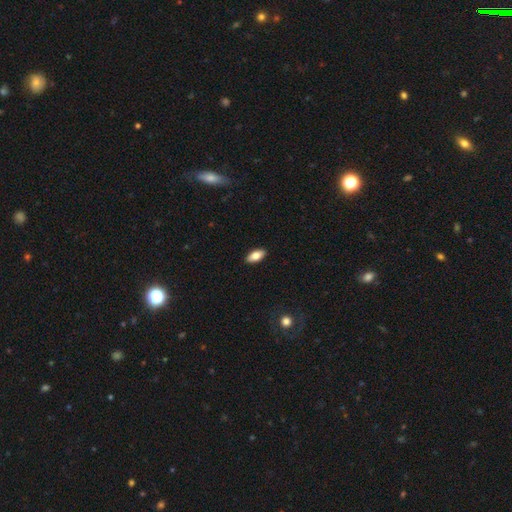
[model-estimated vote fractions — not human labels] Smooth or featured? Predicted: smooth (p=0.79). How rounded? Predicted: in between (p=0.88). Merging? Predicted: none (p=0.90).